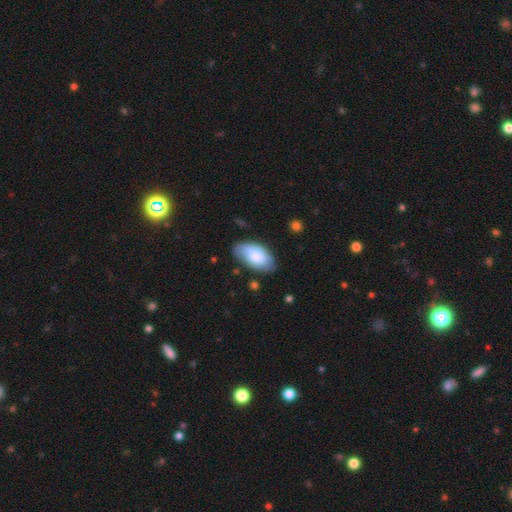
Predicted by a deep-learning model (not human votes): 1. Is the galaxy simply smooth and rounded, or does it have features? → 76% smooth, 18% featured or disk, 6% star or artifact.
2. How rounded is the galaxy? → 95% in between, 3% round, 2% cigar-shaped.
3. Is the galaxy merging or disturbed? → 68% none, 24% minor disturbance, 6% major disturbance, 2% merger.